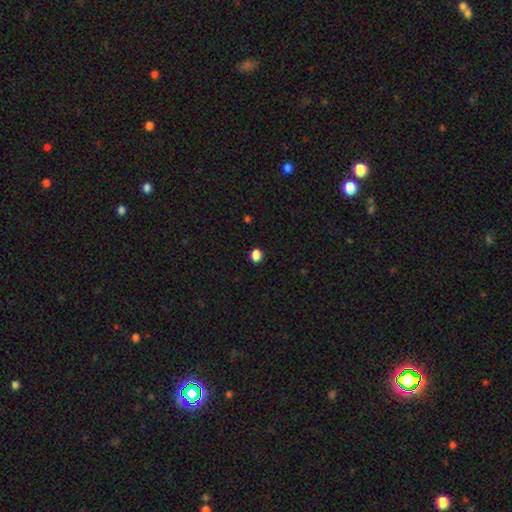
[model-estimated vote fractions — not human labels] Overall: smooth (85%). How rounded: round (66%; in between 33%). Merging: none (91%).